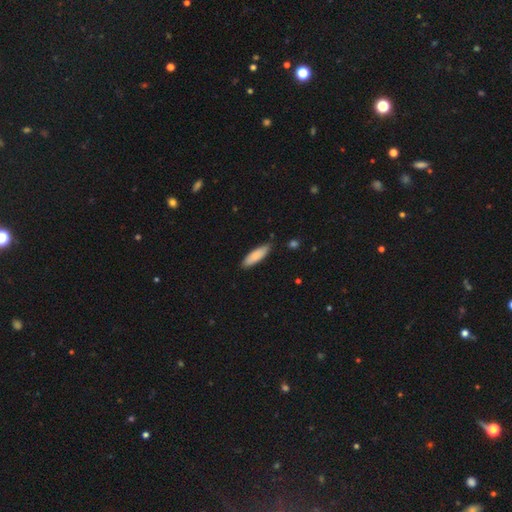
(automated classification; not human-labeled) smooth-or-featured: smooth: 83% | featured or disk: 12% | star or artifact: 5%
  how-rounded: cigar-shaped: 51% | in between: 48% | round: 1%
  merging: none: 84% | minor disturbance: 13% | major disturbance: 2% | merger: 2%